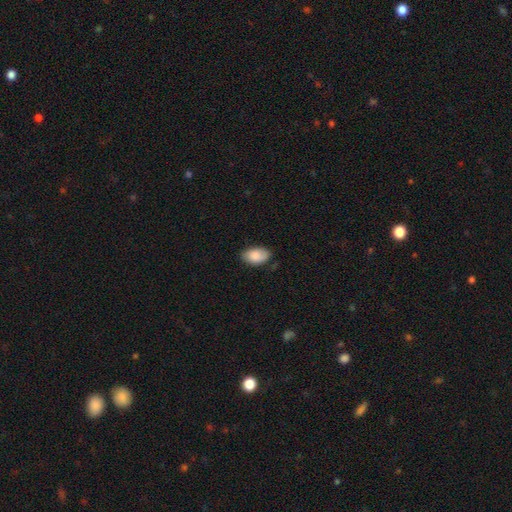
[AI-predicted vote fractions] Smooth or featured?
  - smooth: 85% *
  - featured or disk: 9%
  - star or artifact: 7%
How rounded?
  - in between: 91% *
  - round: 7%
  - cigar-shaped: 1%
Merging?
  - none: 76% *
  - minor disturbance: 20%
  - major disturbance: 3%
  - merger: 1%